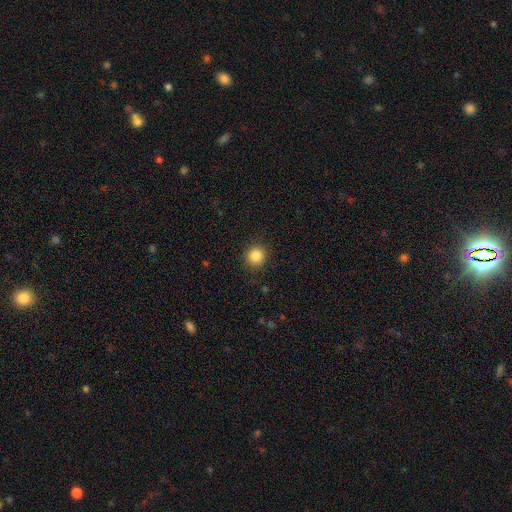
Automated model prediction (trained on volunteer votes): Smooth or featured: smooth — 86% (star or artifact — 10%)
How rounded: round — 90% (in between — 9%)
Merging: none — 89% (minor disturbance — 8%)